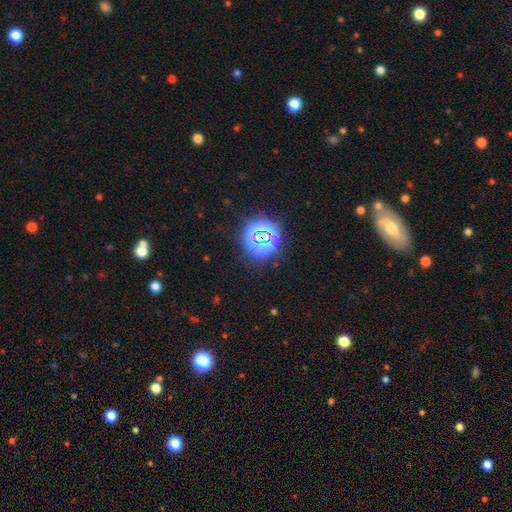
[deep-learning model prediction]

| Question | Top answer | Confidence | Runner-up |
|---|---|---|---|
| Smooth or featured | star or artifact | 71% | smooth (20%) |